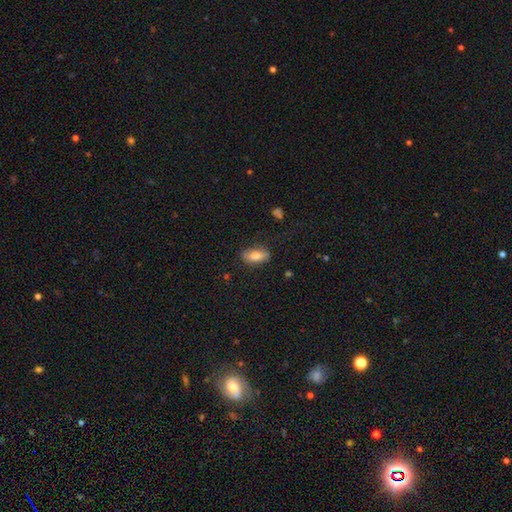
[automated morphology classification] A smooth galaxy with no disk features (74%) that is in between round and cigar-shaped (86%).

Vote fractions:
- Smooth or featured? smooth: 74% / featured or disk: 19% / star or artifact: 7%
- How rounded? in between: 86% / cigar-shaped: 9% / round: 5%
- Merging? none: 81% / minor disturbance: 15% / major disturbance: 4% / merger: 1%